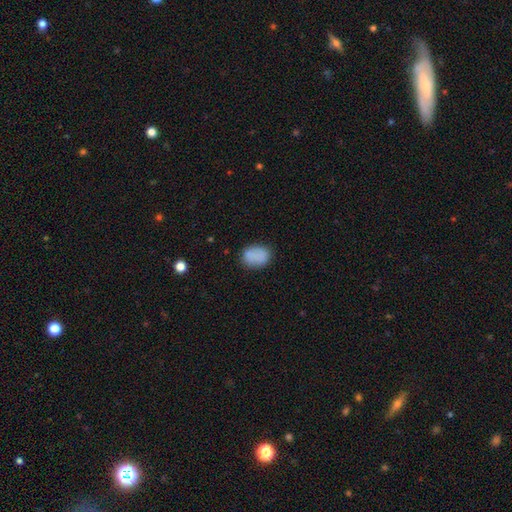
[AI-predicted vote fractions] Smooth or featured: smooth — 83% (featured or disk — 9%)
How rounded: in between — 71% (round — 28%)
Merging: none — 74% (minor disturbance — 17%)